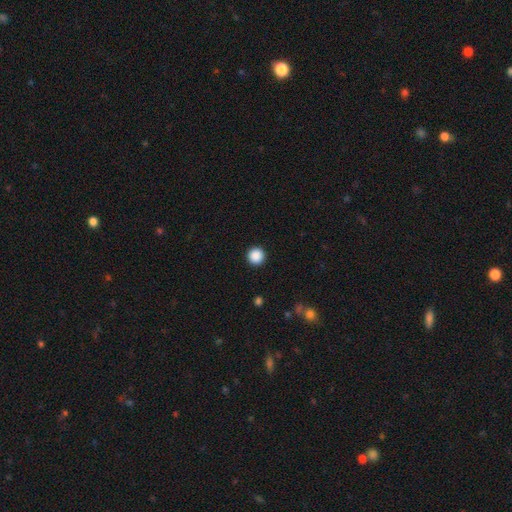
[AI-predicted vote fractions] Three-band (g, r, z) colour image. It shows a smooth galaxy with no disk features (88%) that is round (96%). Merging: none (93%).